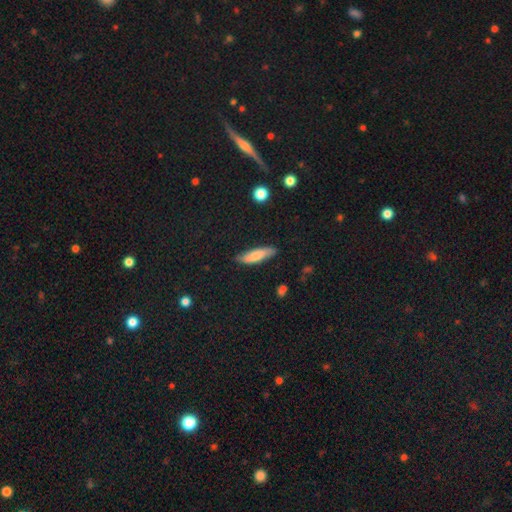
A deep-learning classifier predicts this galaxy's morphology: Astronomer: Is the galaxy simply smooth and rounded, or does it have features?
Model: smooth — 73%.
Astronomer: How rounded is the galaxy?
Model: cigar-shaped — 66%.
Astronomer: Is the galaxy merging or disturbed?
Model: none — 83%.